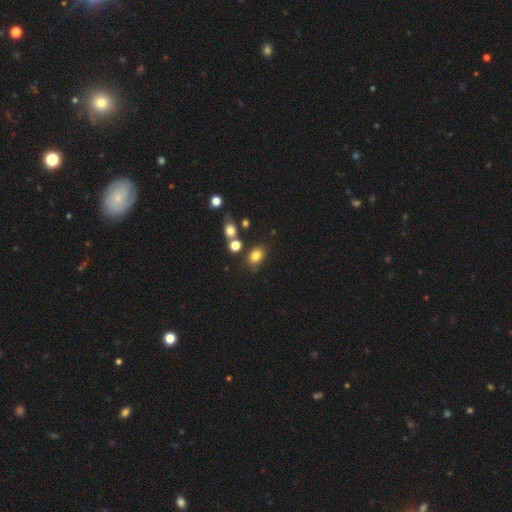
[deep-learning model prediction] This is likely a smooth galaxy (80%). How rounded: likely in between (64%). Merging: likely none (73%).